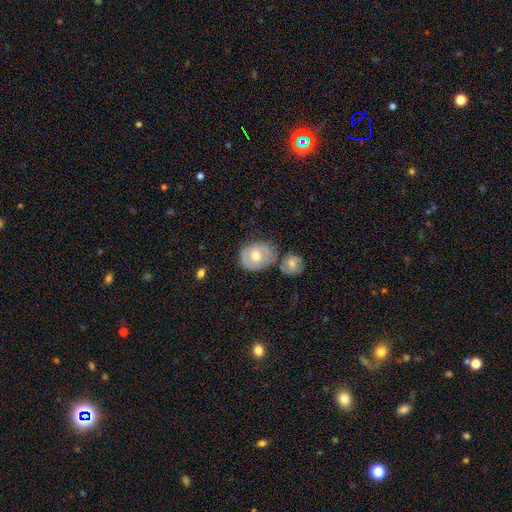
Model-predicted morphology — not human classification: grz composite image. It shows a smooth galaxy with no disk features (47%). Merging: none (53%).